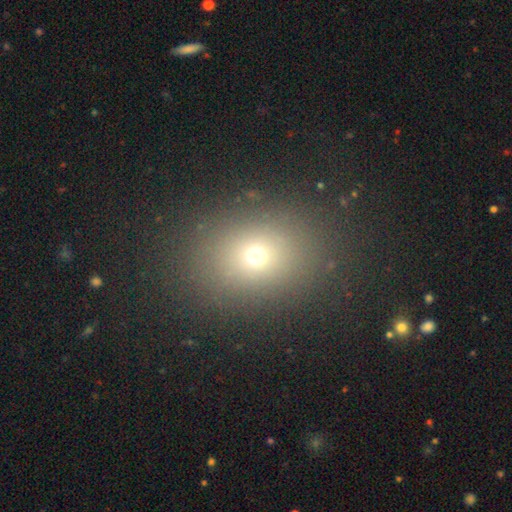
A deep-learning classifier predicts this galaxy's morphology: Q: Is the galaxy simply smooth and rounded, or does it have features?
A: smooth — 67%.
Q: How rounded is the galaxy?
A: round — 51%.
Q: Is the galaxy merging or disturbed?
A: none — 86%.